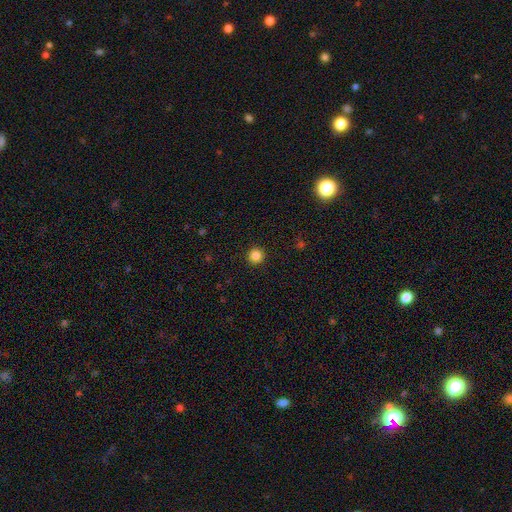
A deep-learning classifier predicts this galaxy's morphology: Smooth or featured? smooth (85%)
How rounded? round (95%)
Merging? none (93%)